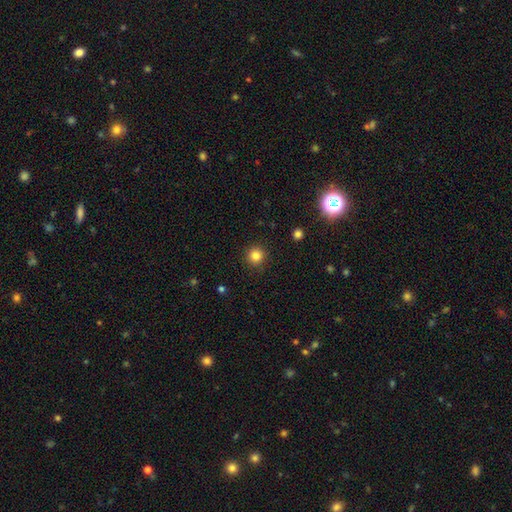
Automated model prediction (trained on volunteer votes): Smooth or featured: smooth — 83% (star or artifact — 12%)
How rounded: round — 95% (in between — 4%)
Merging: none — 91% (minor disturbance — 5%)